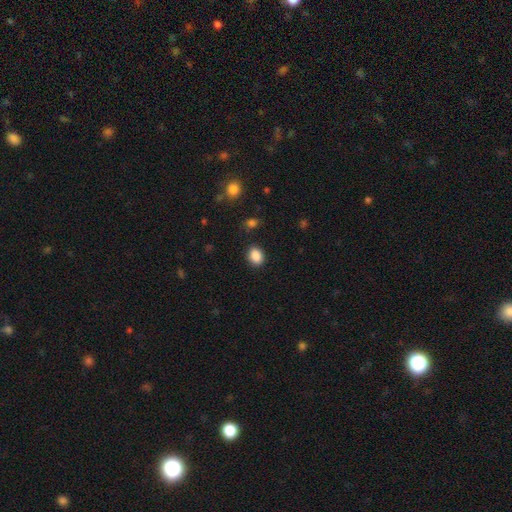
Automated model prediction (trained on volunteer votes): Smooth or featured: smooth — 88% (star or artifact — 9%)
How rounded: in between — 51% (round — 48%)
Merging: none — 87% (minor disturbance — 8%)